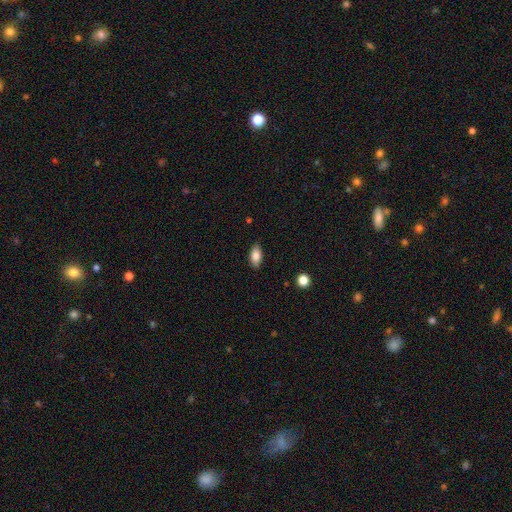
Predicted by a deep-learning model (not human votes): smooth 85%, star or artifact 8%, featured or disk 7%. Down the decision tree: how rounded — in between (90%); merging — none (86%).